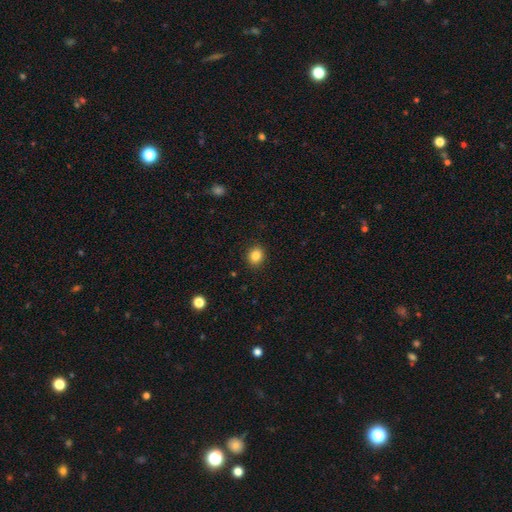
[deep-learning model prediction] Morphology: type=smooth (84%); roundness=round (75%); merging=none (90%).